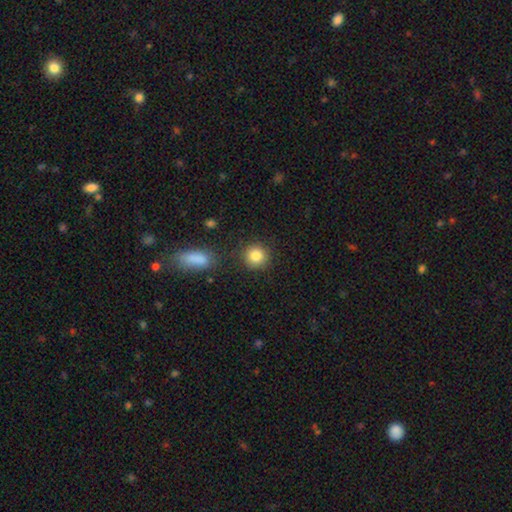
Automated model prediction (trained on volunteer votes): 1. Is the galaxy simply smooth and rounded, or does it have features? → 85% smooth, 9% star or artifact, 6% featured or disk.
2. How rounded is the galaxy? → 90% round, 9% in between, 1% cigar-shaped.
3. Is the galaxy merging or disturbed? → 84% none, 8% minor disturbance, 5% merger, 3% major disturbance.